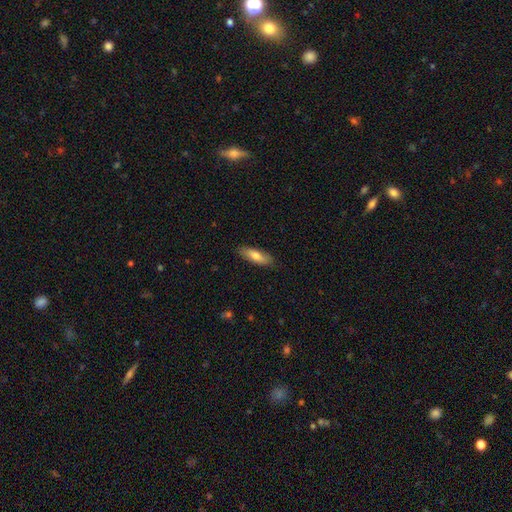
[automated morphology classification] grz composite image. It shows a smooth galaxy with no disk features (73%) that is in between round and cigar-shaped (53%). Merging: none (85%).